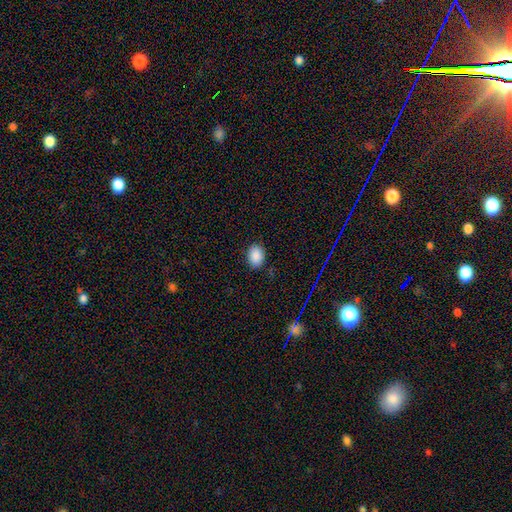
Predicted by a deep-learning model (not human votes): smooth_or_featured: smooth (p=0.88) [alt: star or artifact p=0.09]
how_rounded: in between (p=0.72) [alt: round p=0.27]
merging: none (p=0.86) [alt: minor disturbance p=0.11]